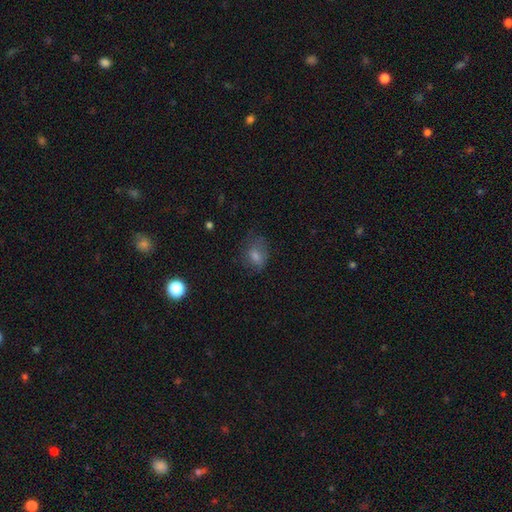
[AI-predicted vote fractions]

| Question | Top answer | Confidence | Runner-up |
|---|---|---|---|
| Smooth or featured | smooth | 67% | star or artifact (18%) |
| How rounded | in between | 57% | round (42%) |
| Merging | none | 62% | minor disturbance (25%) |